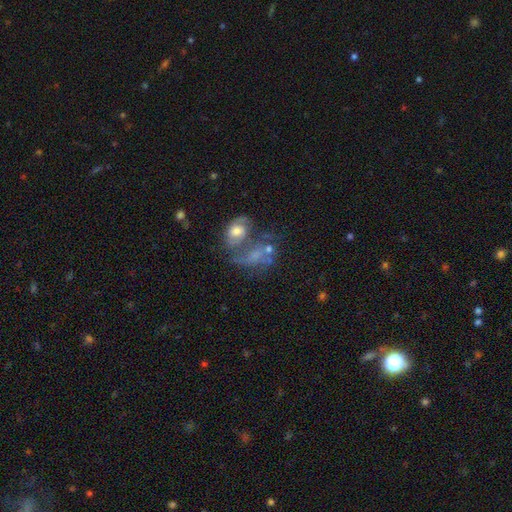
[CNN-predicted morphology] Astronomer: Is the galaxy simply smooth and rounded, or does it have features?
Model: featured or disk — 49% (runner-up: smooth, 36%).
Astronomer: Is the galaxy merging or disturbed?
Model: merger — 46% (runner-up: major disturbance, 24%).